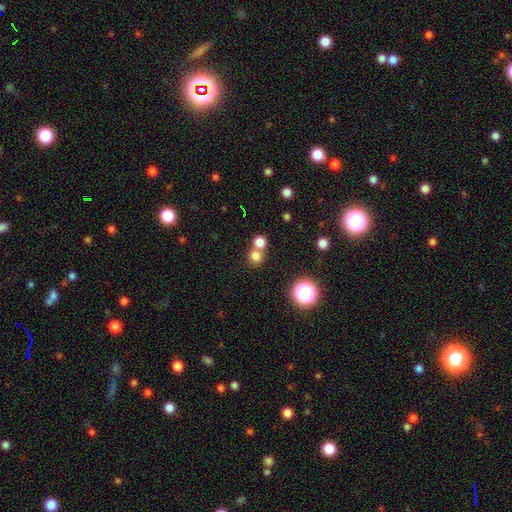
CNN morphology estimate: Q: Smooth or featured?
A: smooth (76%); runner-up: star or artifact (16%)
Q: How rounded?
A: round (87%); runner-up: in between (12%)
Q: Merging?
A: none (54%); runner-up: merger (38%)